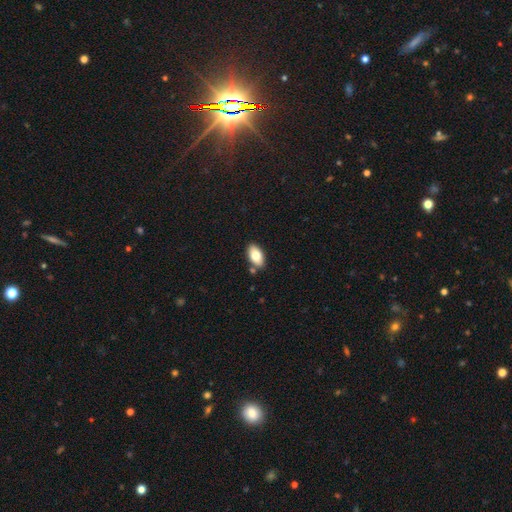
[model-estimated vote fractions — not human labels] Overall: smooth (78%). How rounded: in between (94%). Merging: none (82%).